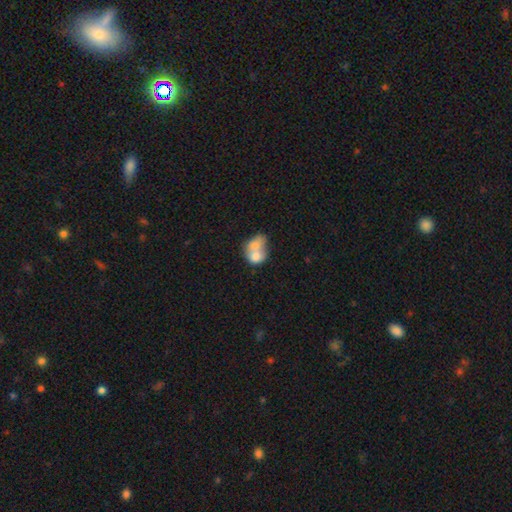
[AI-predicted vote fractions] Q: Smooth or featured?
A: smooth (68%); runner-up: featured or disk (24%)
Q: How rounded?
A: in between (54%); runner-up: round (45%)
Q: Merging?
A: merger (73%); runner-up: none (15%)